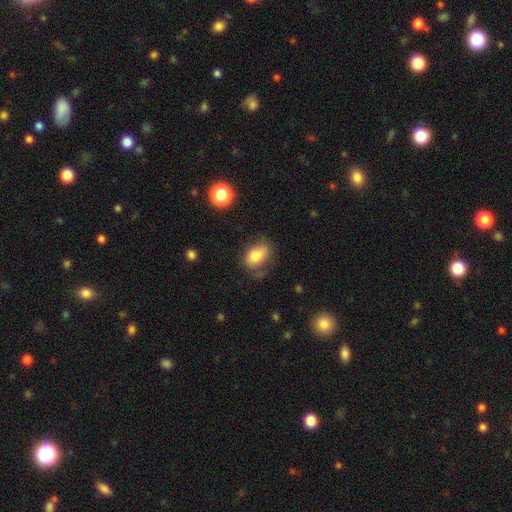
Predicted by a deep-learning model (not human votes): Smooth or featured? smooth (79%)
How rounded? in between (84%)
Merging? none (55%)